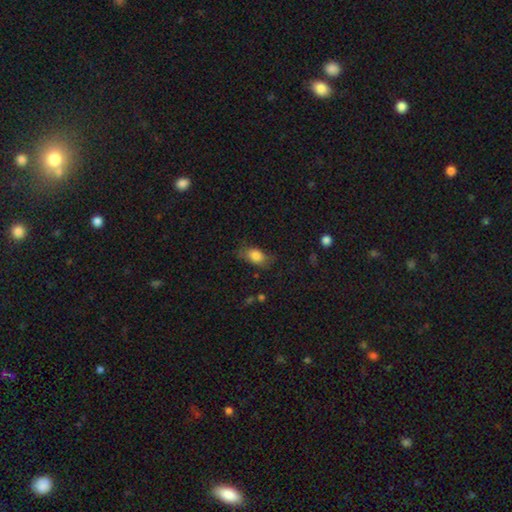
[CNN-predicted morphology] This is clearly a smooth galaxy (81%). How rounded: clearly in between (84%). Merging: likely none (68%).